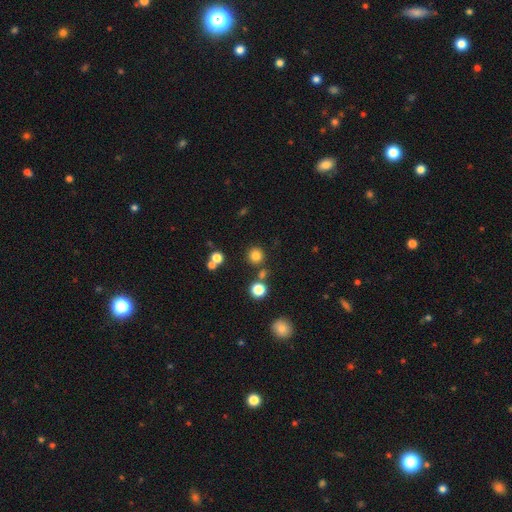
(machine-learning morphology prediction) The model was most divided on "smooth or featured": smooth: 79%, star or artifact: 15%, featured or disk: 6%. More confident: how rounded — round (94%); merging — none (83%).